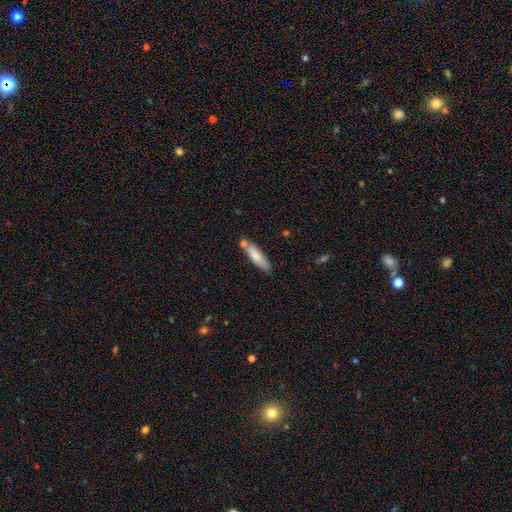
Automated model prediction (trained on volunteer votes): smooth_or_featured: smooth (p=0.78) [alt: featured or disk p=0.16]
how_rounded: cigar-shaped (p=0.68) [alt: in between p=0.31]
merging: none (p=0.69) [alt: minor disturbance p=0.16]